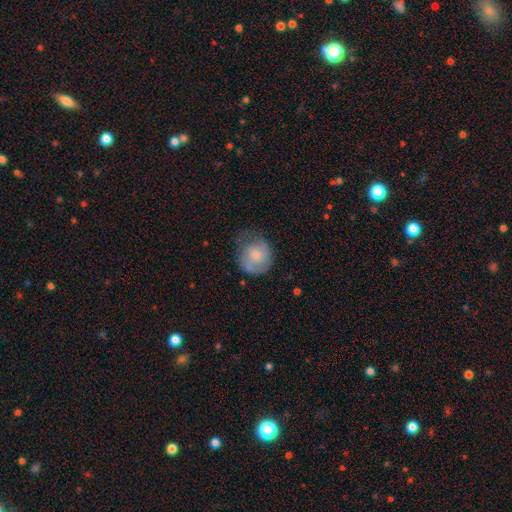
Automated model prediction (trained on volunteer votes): This is likely a smooth galaxy (66%). How rounded: likely round (80%). Merging: possibly none (46%).